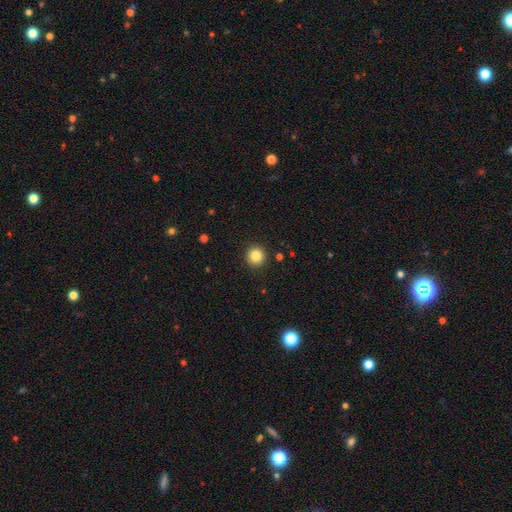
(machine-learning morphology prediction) Q: Smooth or featured?
A: smooth (85%); runner-up: star or artifact (10%)
Q: How rounded?
A: round (95%); runner-up: in between (4%)
Q: Merging?
A: none (92%); runner-up: minor disturbance (5%)